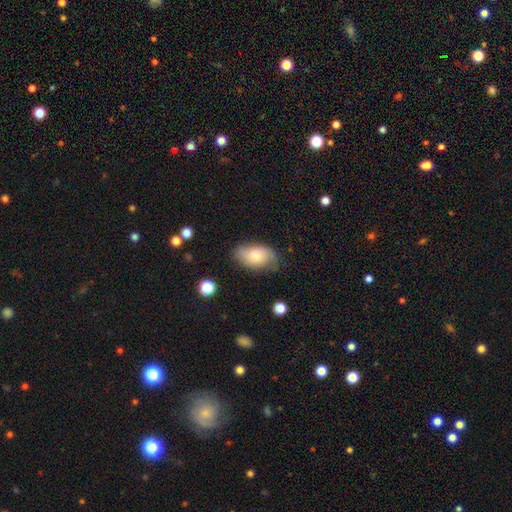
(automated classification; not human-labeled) A smooth galaxy with no disk features (69%) that is in between round and cigar-shaped (92%). Merging: none (63%).